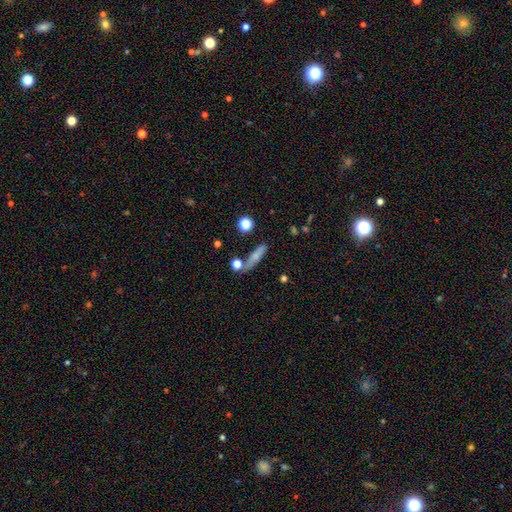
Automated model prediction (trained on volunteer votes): Morphology: type=smooth (71%); roundness=cigar-shaped (71%); merging=none (67%).